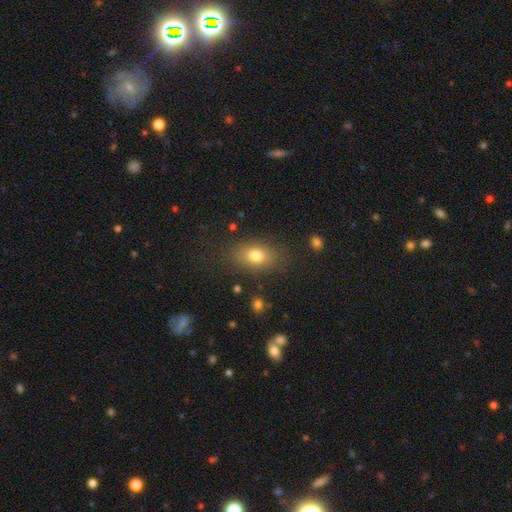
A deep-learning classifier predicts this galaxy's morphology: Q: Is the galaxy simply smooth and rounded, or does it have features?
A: smooth — 77%.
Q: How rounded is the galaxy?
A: in between — 80%.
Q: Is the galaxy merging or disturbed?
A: none — 81%.